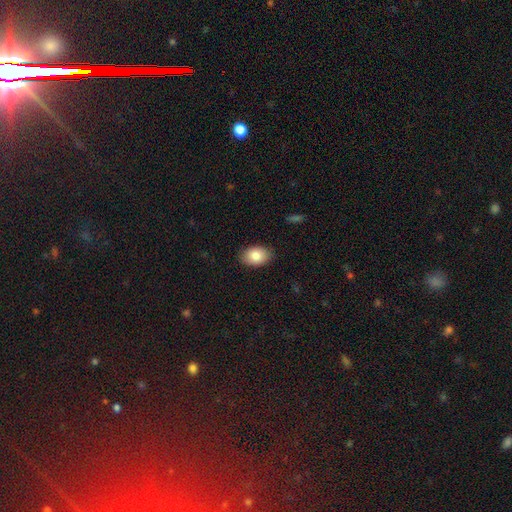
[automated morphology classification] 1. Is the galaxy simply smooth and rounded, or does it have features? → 86% smooth, 7% featured or disk, 7% star or artifact.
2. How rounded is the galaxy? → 87% in between, 12% round, 1% cigar-shaped.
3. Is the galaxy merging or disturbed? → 87% none, 10% minor disturbance, 2% major disturbance, 1% merger.